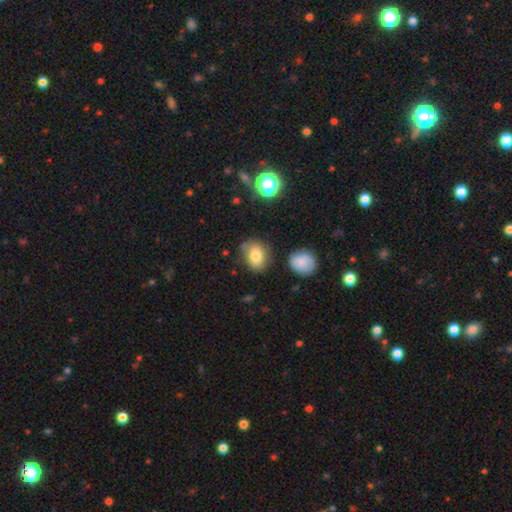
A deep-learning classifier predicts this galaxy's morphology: Q: Smooth or featured?
A: smooth (78%); runner-up: featured or disk (11%)
Q: How rounded?
A: in between (63%); runner-up: round (36%)
Q: Merging?
A: none (69%); runner-up: minor disturbance (21%)